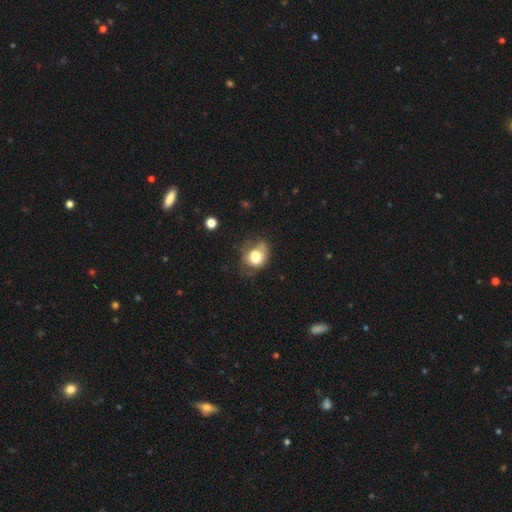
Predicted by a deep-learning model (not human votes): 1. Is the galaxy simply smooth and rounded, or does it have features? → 70% smooth, 20% featured or disk, 10% star or artifact.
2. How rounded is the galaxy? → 52% in between, 47% round, 1% cigar-shaped.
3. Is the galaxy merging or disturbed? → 34% none, 32% minor disturbance, 27% major disturbance, 7% merger.